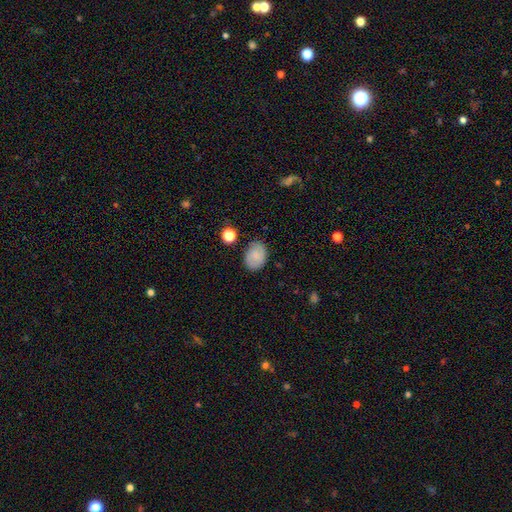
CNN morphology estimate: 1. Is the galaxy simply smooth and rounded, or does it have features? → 76% smooth, 15% featured or disk, 9% star or artifact.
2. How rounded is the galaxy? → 69% in between, 30% round, 1% cigar-shaped.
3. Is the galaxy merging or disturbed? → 80% none, 14% minor disturbance, 3% major disturbance, 2% merger.